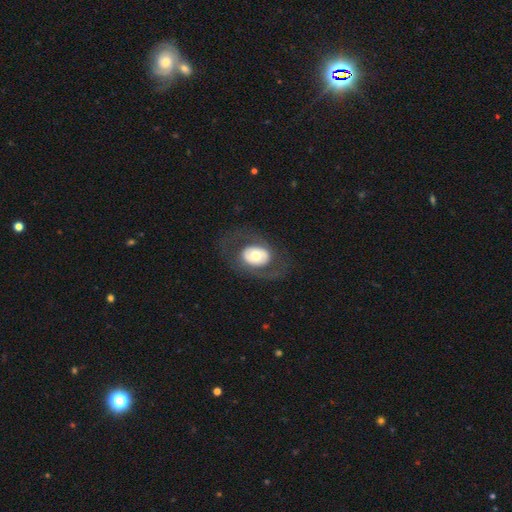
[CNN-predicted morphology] featured or disk 54%, smooth 40%, star or artifact 6%. Down the decision tree: edge-on disk — no (93%); bar — no (81%); spiral arms — no (73%); bulge size — moderate (66%); merging — none (74%).